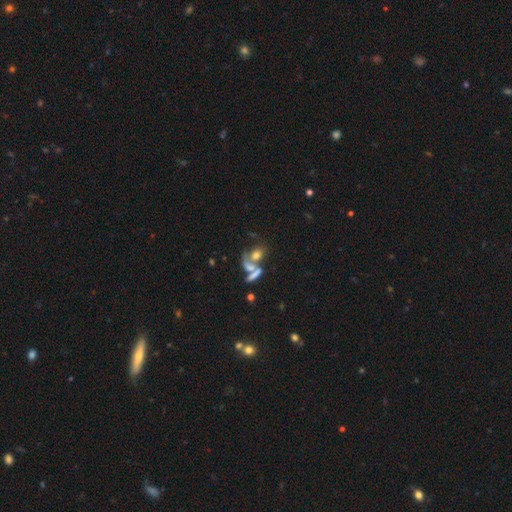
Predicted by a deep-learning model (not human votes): This appears to be a smooth galaxy with no disk features (55%) that is in between round and cigar-shaped (60%). Merging: merger (54%).